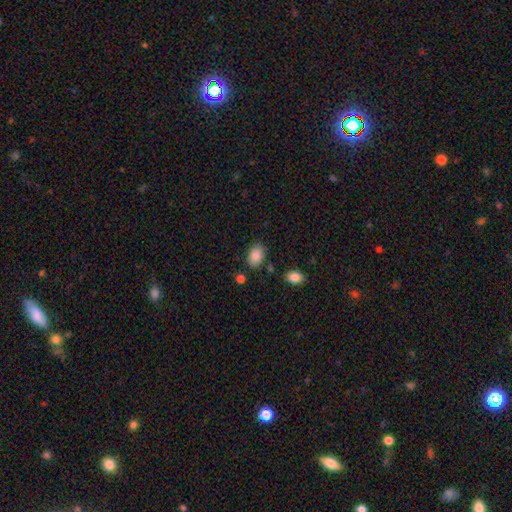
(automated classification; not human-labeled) smooth 88%, star or artifact 8%, featured or disk 5%. Down the decision tree: how rounded — in between (86%); merging — none (80%).